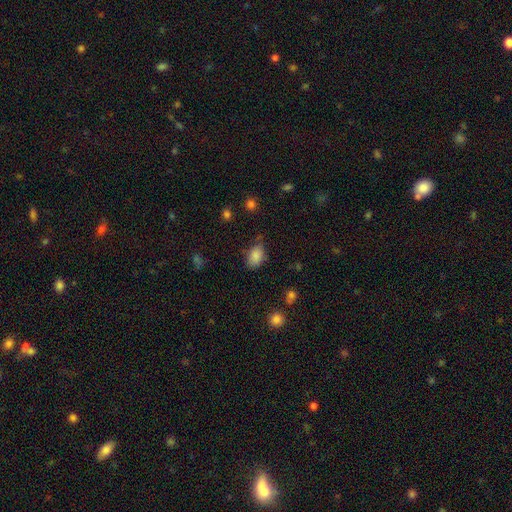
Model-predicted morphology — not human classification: This appears to be a smooth galaxy with no disk features (85%) that is in between round and cigar-shaped (85%). Merging: none (66%).